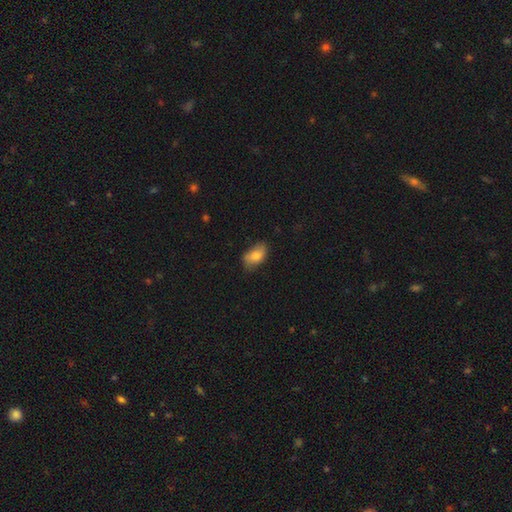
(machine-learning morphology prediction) Q: Smooth or featured?
A: smooth (80%); runner-up: featured or disk (12%)
Q: How rounded?
A: in between (90%); runner-up: round (7%)
Q: Merging?
A: none (67%); runner-up: minor disturbance (26%)